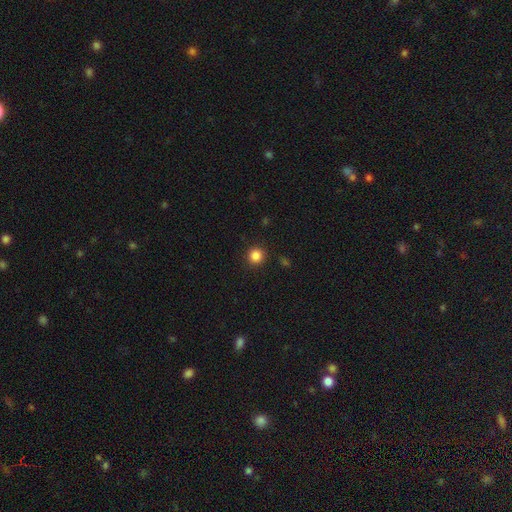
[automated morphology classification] smooth-or-featured: smooth: 86% | star or artifact: 11% | featured or disk: 3%
  how-rounded: round: 94% | in between: 5% | cigar-shaped: 1%
  merging: none: 91% | minor disturbance: 5% | major disturbance: 2% | merger: 1%